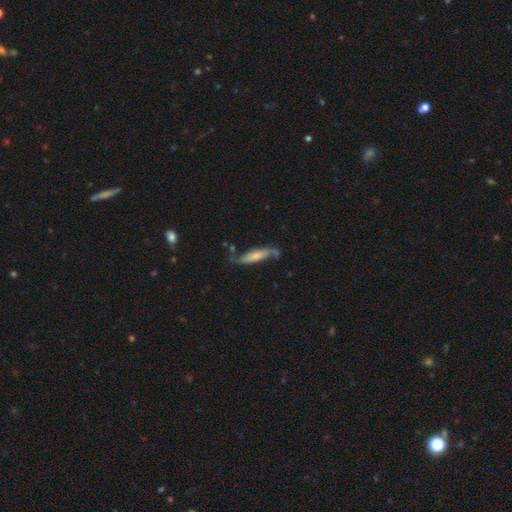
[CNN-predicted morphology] This appears to be a featured or disk galaxy (59%). Merging: none (59%).